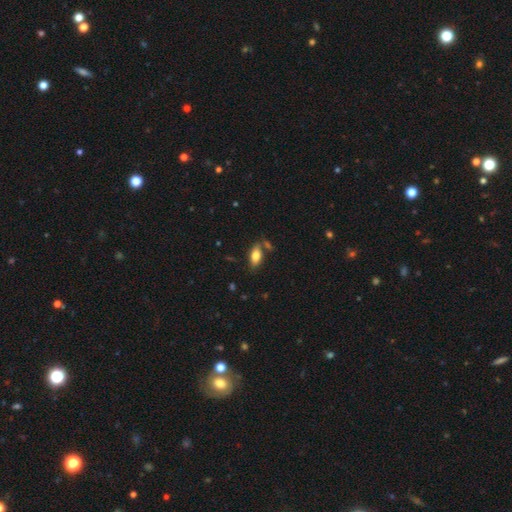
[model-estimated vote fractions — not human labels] smooth_or_featured: smooth (p=0.79) [alt: featured or disk p=0.13]
how_rounded: in between (p=0.88) [alt: cigar-shaped p=0.09]
merging: none (p=0.70) [alt: minor disturbance p=0.15]